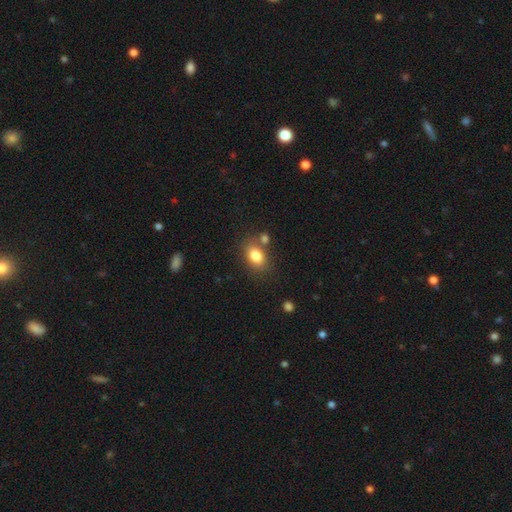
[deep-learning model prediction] Morphology: type=smooth (82%); roundness=in between (75%); merging=none (68%).